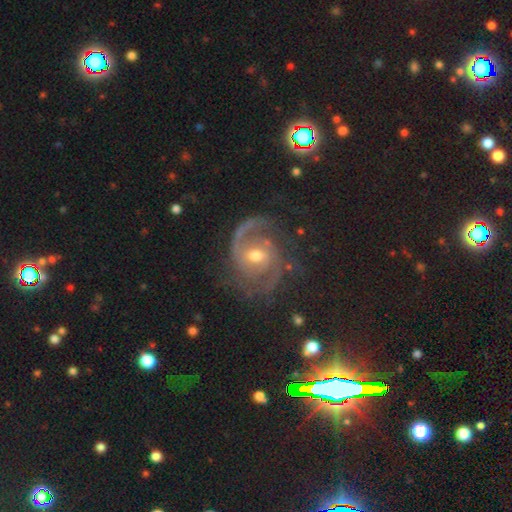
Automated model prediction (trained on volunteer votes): smooth_or_featured: featured or disk (p=0.88) [alt: star or artifact p=0.07]
disk_edge_on: no (p=0.98) [alt: yes p=0.02]
bar: weak (p=0.47) [alt: no p=0.41]
has_spiral_arms: yes (p=0.97) [alt: no p=0.03]
spiral_winding: medium (p=0.50) [alt: tight p=0.33]
spiral_arm_count: 2 (p=0.72) [alt: can't tell p=0.09]
bulge_size: moderate (p=0.64) [alt: small p=0.31]
merging: none (p=0.69) [alt: minor disturbance p=0.17]